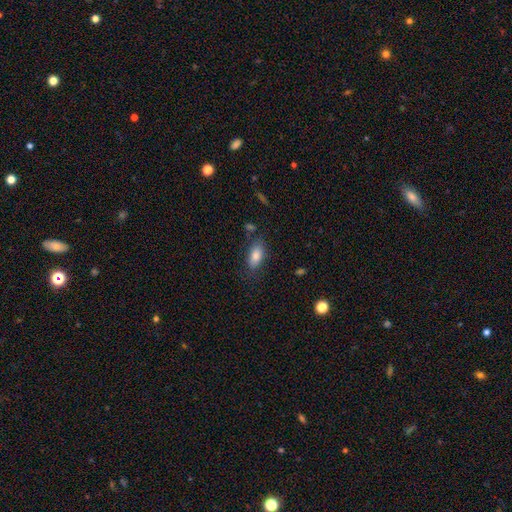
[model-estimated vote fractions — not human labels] Smooth or featured? smooth (82%)
How rounded? in between (85%)
Merging? none (75%)